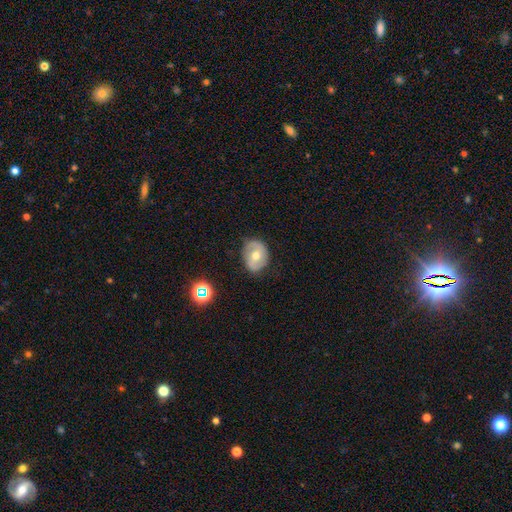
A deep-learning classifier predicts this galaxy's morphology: smooth_or_featured: featured or disk (p=0.52) [alt: smooth p=0.39]
disk_edge_on: no (p=0.95) [alt: yes p=0.05]
merging: none (p=0.77) [alt: minor disturbance p=0.18]